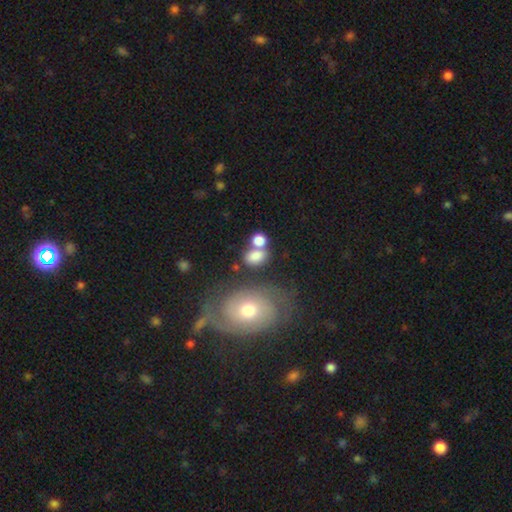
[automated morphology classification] smooth 77%, featured or disk 13%, star or artifact 10%. Down the decision tree: how rounded — in between (70%); merging — none (44%).